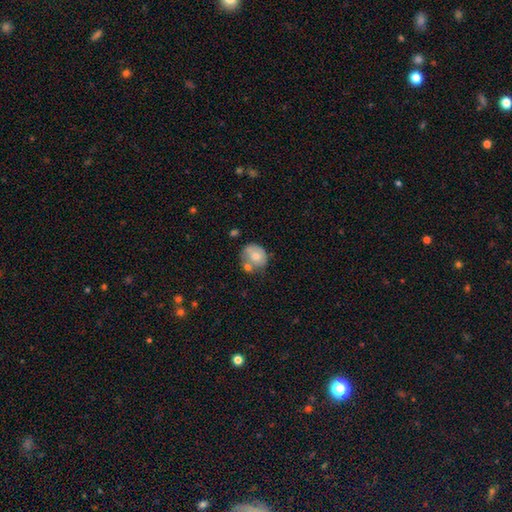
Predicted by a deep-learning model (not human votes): smooth-or-featured: smooth: 67% | featured or disk: 25% | star or artifact: 8%
  how-rounded: round: 63% | in between: 36% | cigar-shaped: 1%
  merging: none: 42% | merger: 28% | minor disturbance: 22% | major disturbance: 7%